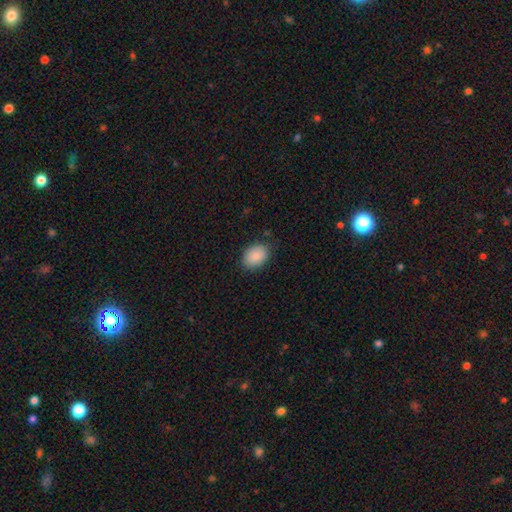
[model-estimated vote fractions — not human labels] A smooth galaxy with no disk features (88%) that is in between round and cigar-shaped (73%). Merging: none (82%).